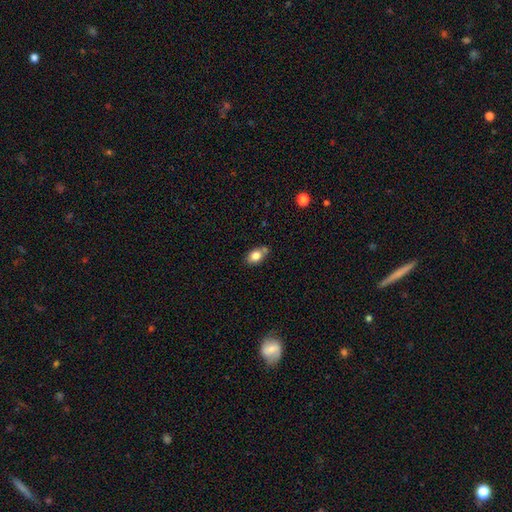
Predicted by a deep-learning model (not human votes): Smooth or featured? smooth (81%)
How rounded? in between (81%)
Merging? none (63%)